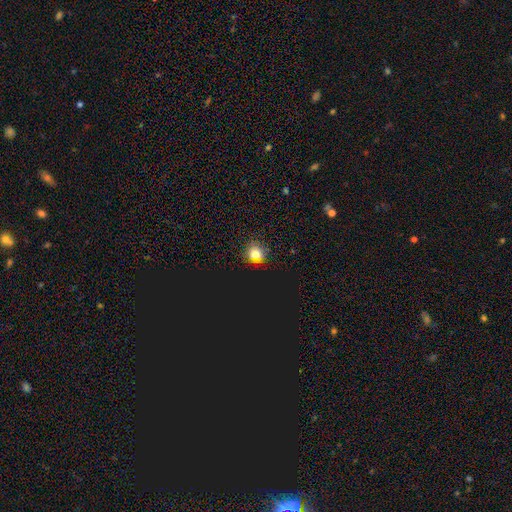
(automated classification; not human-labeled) smooth-or-featured: smooth: 68% | star or artifact: 25% | featured or disk: 7%
  how-rounded: round: 88% | in between: 11% | cigar-shaped: 1%
  merging: none: 89% | minor disturbance: 7% | major disturbance: 2% | merger: 1%